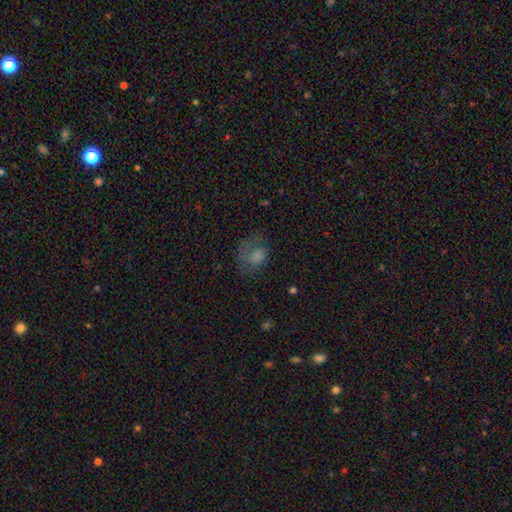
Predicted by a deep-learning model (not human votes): Overall: smooth (67%). How rounded: in between (60%; round 39%). Merging: none (37%; major disturbance 36%).